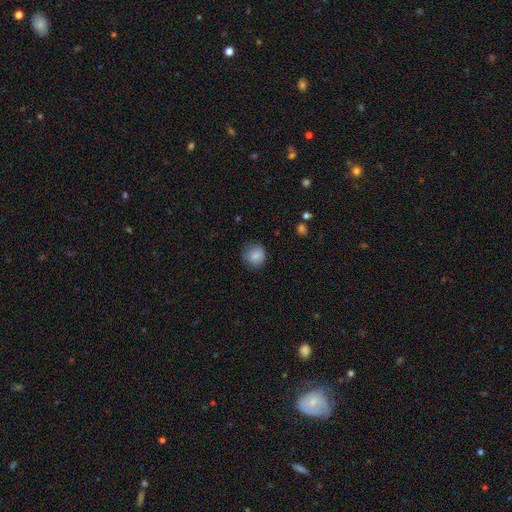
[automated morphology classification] A smooth galaxy with no disk features (85%) that is round (89%). Merging: none (79%).